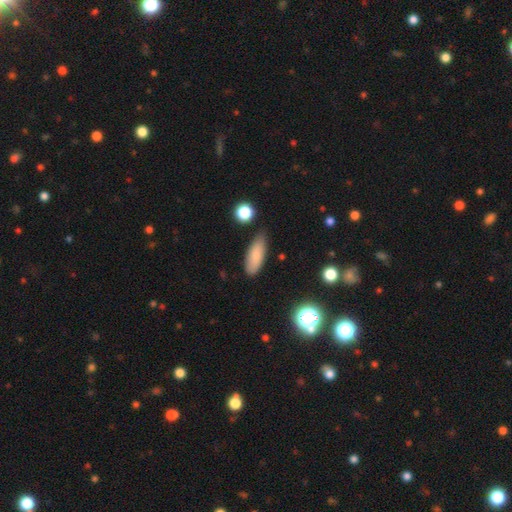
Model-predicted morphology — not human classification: The model was most divided on "how rounded": in between: 69%, cigar-shaped: 29%, round: 2%. More confident: smooth or featured — smooth (83%); merging — none (75%).